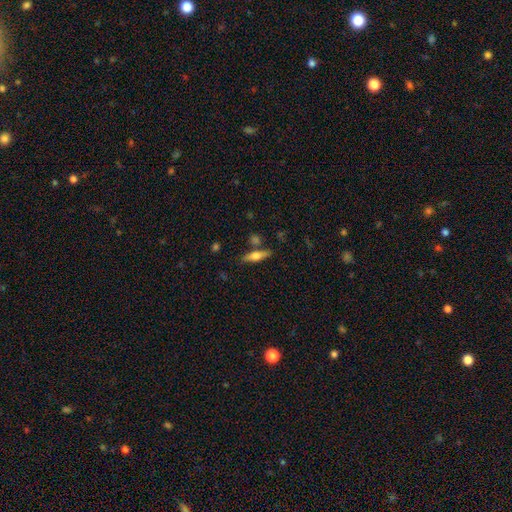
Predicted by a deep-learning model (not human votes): Smooth or featured? smooth (51%)
How rounded? cigar-shaped (65%)
Merging? none (76%)